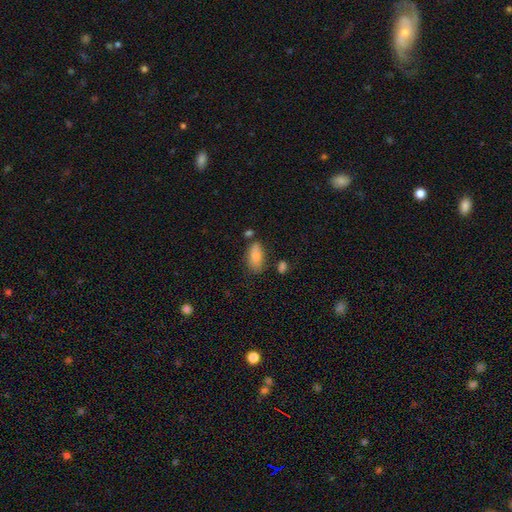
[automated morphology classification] smooth 83%, featured or disk 9%, star or artifact 8%. Down the decision tree: how rounded — in between (86%); merging — none (59%).